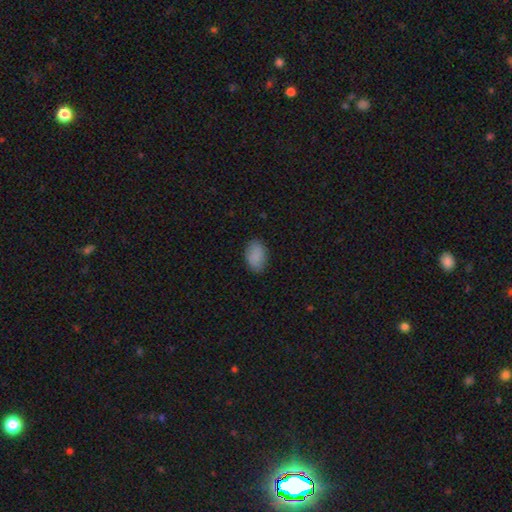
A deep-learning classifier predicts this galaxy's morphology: A smooth galaxy with no disk features (88%) that is in between round and cigar-shaped (89%). Merging: none (83%).